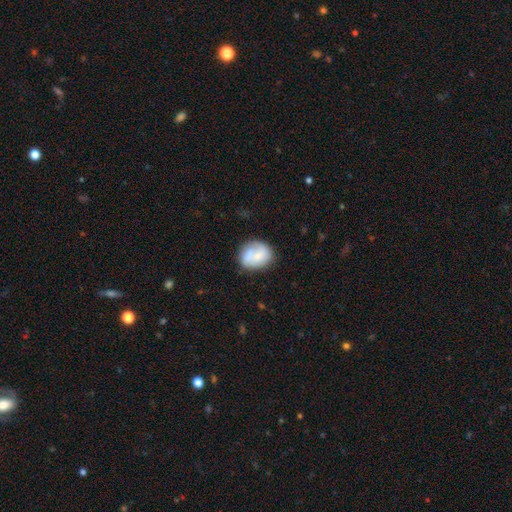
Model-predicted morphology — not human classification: A smooth galaxy with no disk features (67%) that is round (59%). Merging: none (61%).